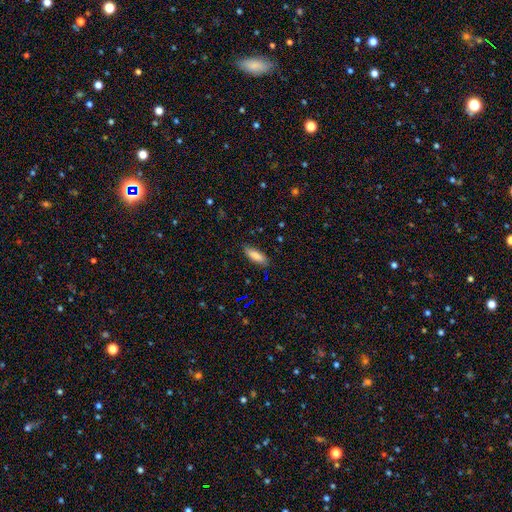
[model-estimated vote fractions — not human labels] Morphology: type=smooth (83%); roundness=in between (62%); merging=none (84%).